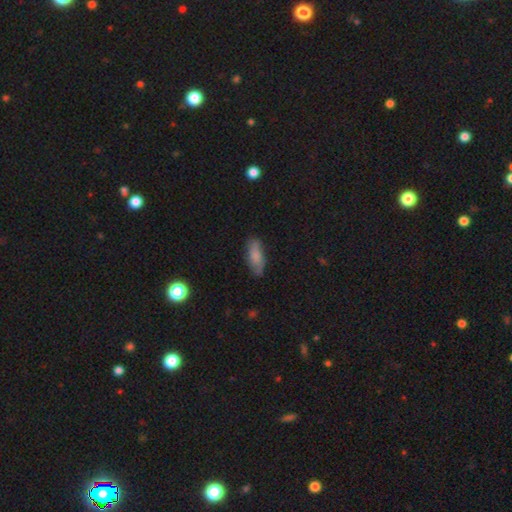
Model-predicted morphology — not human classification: smooth_or_featured: smooth (p=0.72) [alt: featured or disk p=0.21]
how_rounded: in between (p=0.76) [alt: cigar-shaped p=0.22]
merging: none (p=0.71) [alt: minor disturbance p=0.22]